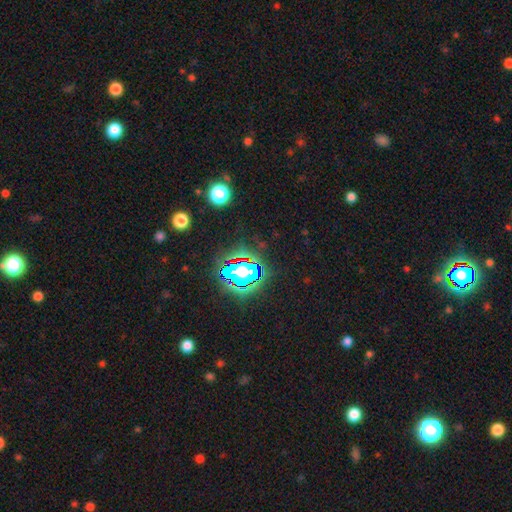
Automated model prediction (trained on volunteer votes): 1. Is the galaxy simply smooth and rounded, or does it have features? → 83% star or artifact, 10% smooth, 7% featured or disk.